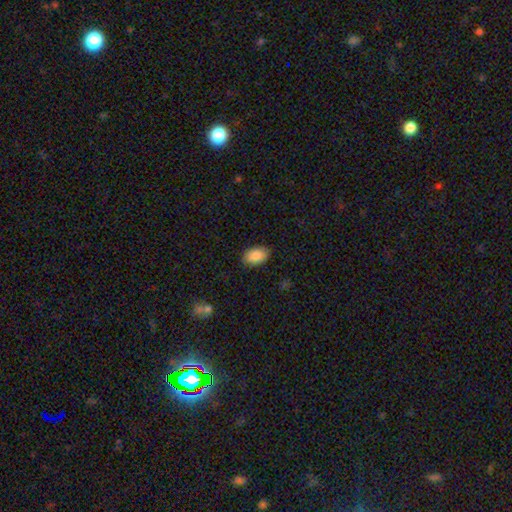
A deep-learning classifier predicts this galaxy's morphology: This is clearly a smooth galaxy (88%). How rounded: clearly in between (92%). Merging: clearly none (87%).